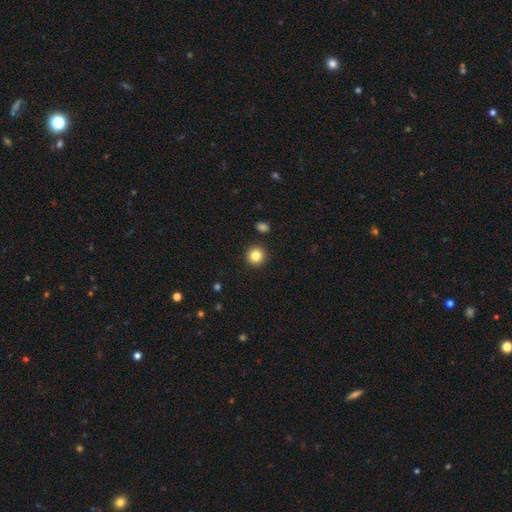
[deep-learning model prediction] The model was most divided on "smooth or featured": smooth: 84%, star or artifact: 11%, featured or disk: 6%. More confident: how rounded — round (94%); merging — none (92%).